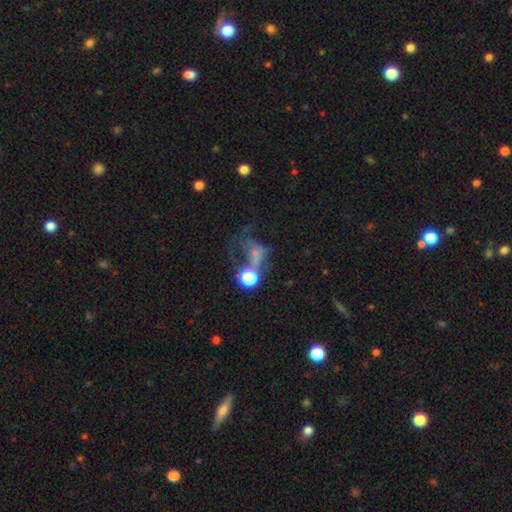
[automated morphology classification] Smooth or featured? Predicted: smooth (p=0.36). Merging? Predicted: major disturbance (p=0.43).